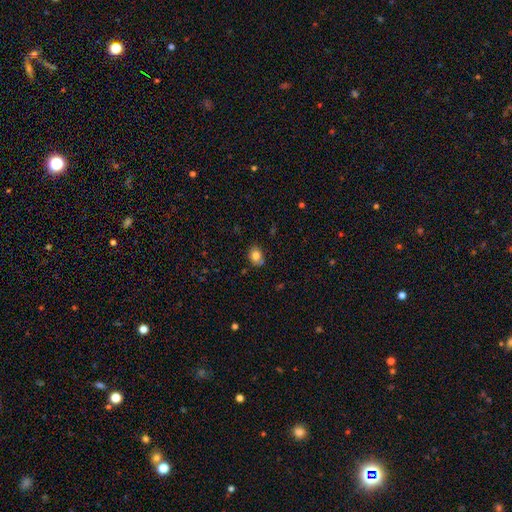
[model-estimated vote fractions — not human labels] smooth_or_featured: smooth (p=0.82) [alt: star or artifact p=0.10]
how_rounded: round (p=0.51) [alt: in between p=0.49]
merging: none (p=0.72) [alt: minor disturbance p=0.19]